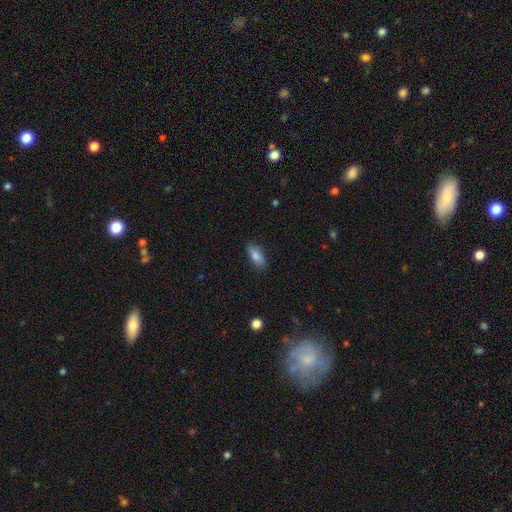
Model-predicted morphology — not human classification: Q: Smooth or featured?
A: smooth (81%); runner-up: featured or disk (12%)
Q: How rounded?
A: in between (84%); runner-up: cigar-shaped (14%)
Q: Merging?
A: none (84%); runner-up: minor disturbance (12%)